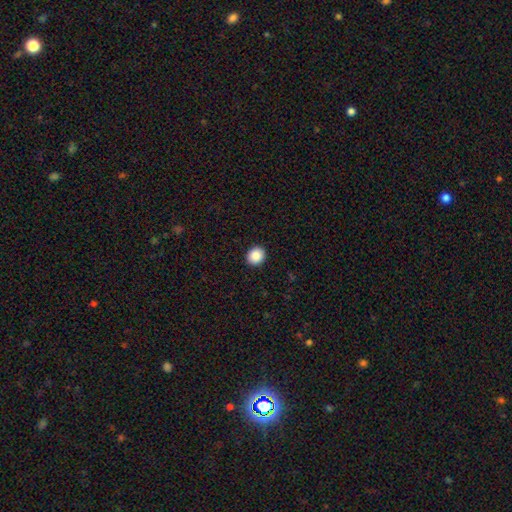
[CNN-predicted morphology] Smooth or featured: smooth — 88% (star or artifact — 9%)
How rounded: round — 80% (in between — 19%)
Merging: none — 93% (minor disturbance — 5%)